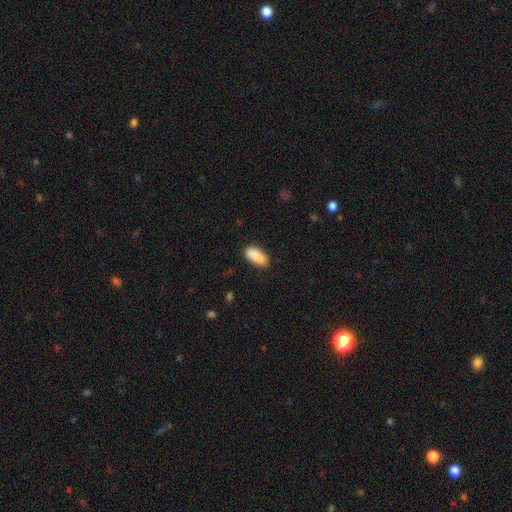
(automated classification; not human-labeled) Smooth or featured? Predicted: smooth (p=0.85). How rounded? Predicted: in between (p=0.90). Merging? Predicted: none (p=0.81).